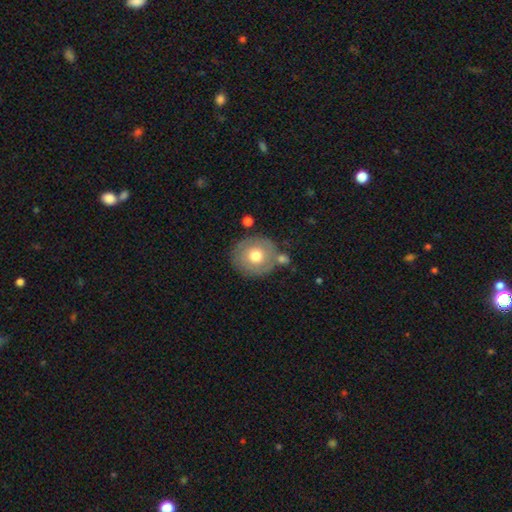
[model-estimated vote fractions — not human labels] smooth-or-featured: smooth: 62% | featured or disk: 31% | star or artifact: 7%
  how-rounded: round: 87% | in between: 12% | cigar-shaped: 1%
  merging: none: 69% | minor disturbance: 15% | merger: 12% | major disturbance: 5%